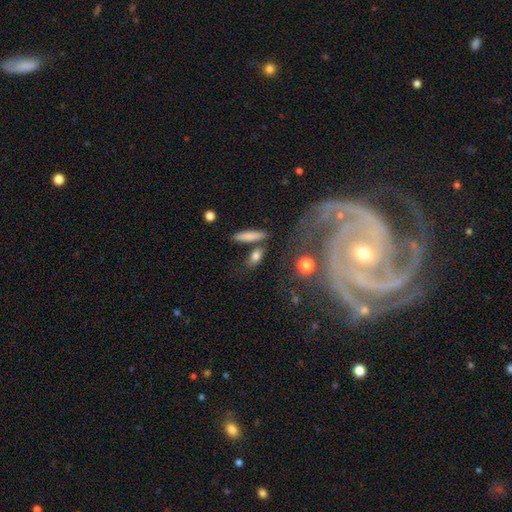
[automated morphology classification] smooth 79%, featured or disk 12%, star or artifact 9%. Down the decision tree: how rounded — in between (54%); merging — none (69%).